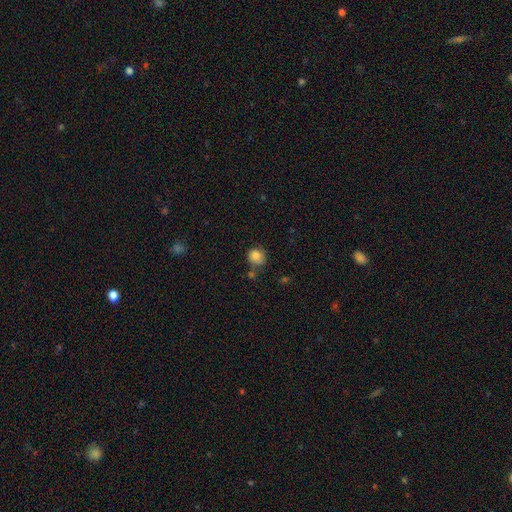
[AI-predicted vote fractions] This is clearly a smooth galaxy (83%). How rounded: clearly round (86%). Merging: likely none (71%).